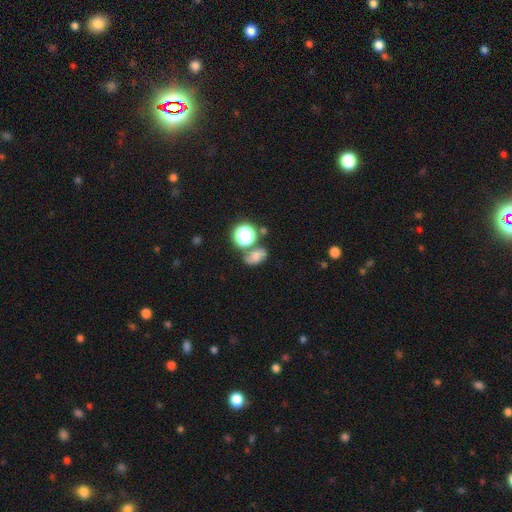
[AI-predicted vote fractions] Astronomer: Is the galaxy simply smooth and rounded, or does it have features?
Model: smooth — 61%.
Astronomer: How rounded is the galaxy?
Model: in between — 68%.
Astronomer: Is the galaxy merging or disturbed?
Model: none — 54%.